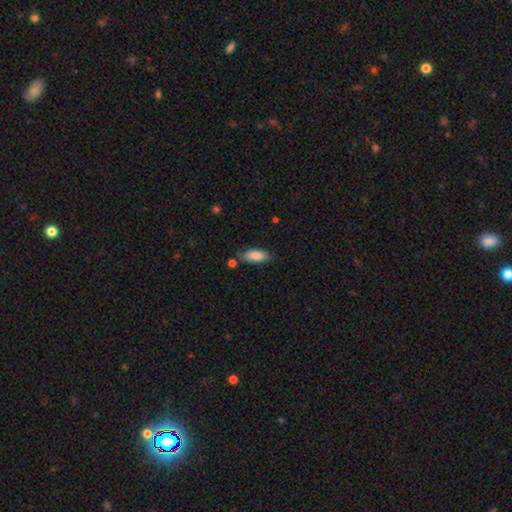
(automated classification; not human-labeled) A smooth galaxy with no disk features (86%) that is in between round and cigar-shaped (81%).

Vote fractions:
- Smooth or featured? smooth: 86% / featured or disk: 7% / star or artifact: 6%
- How rounded? in between: 81% / cigar-shaped: 18% / round: 2%
- Merging? none: 73% / minor disturbance: 17% / merger: 6% / major disturbance: 4%